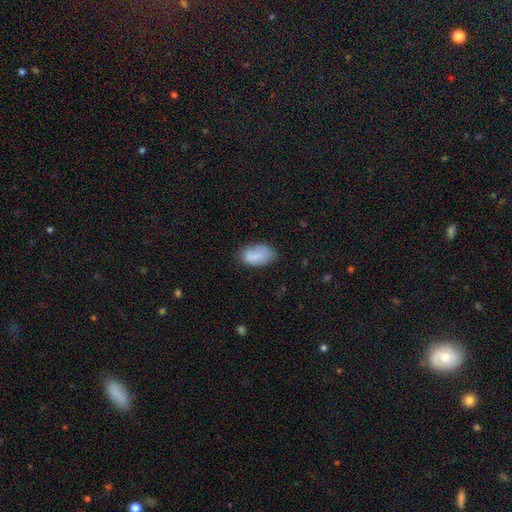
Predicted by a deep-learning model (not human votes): Smooth or featured? Predicted: smooth (p=0.81). How rounded? Predicted: in between (p=0.93). Merging? Predicted: none (p=0.63).